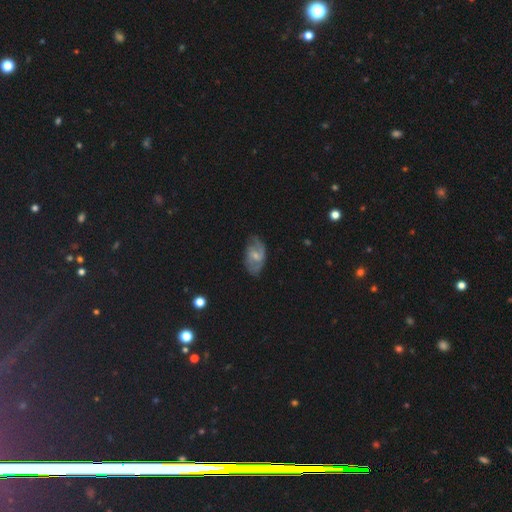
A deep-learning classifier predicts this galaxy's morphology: Smooth or featured? Predicted: featured or disk (p=0.67). Edge-on disk? Predicted: no (p=0.96). Bar? Predicted: weak (p=0.52). Spiral arms? Predicted: yes (p=0.86). Spiral winding? Predicted: medium (p=0.48). Spiral arm count? Predicted: 2 (p=0.74). Bulge size? Predicted: small (p=0.56). Merging? Predicted: none (p=0.69).